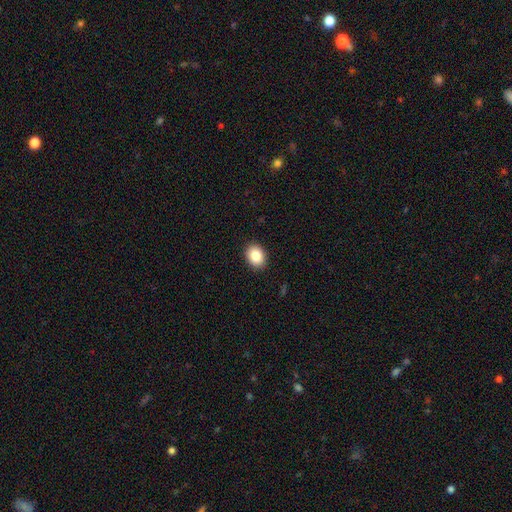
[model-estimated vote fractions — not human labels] Smooth or featured? smooth (86%)
How rounded? in between (61%)
Merging? none (91%)